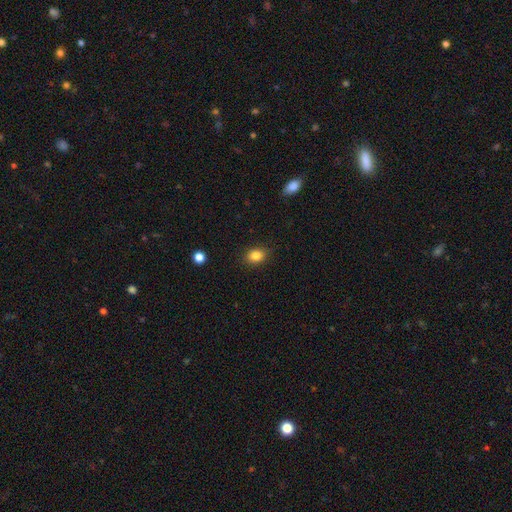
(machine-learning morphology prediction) A smooth galaxy with no disk features (85%) that is in between round and cigar-shaped (57%). Merging: none (87%).